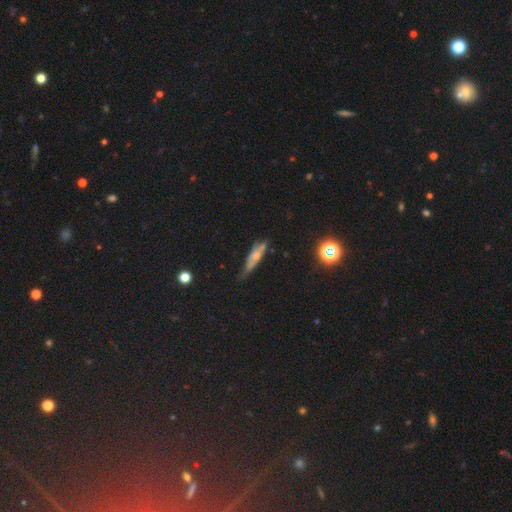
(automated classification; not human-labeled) smooth_or_featured: smooth (p=0.44) [alt: featured or disk p=0.43]
merging: none (p=0.45) [alt: minor disturbance p=0.36]